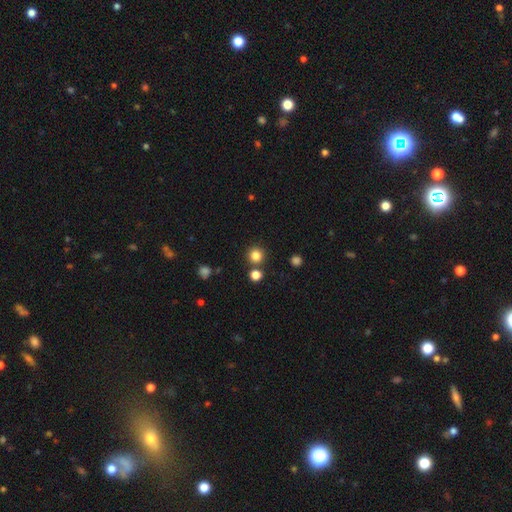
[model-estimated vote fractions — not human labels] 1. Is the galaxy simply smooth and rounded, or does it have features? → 82% smooth, 13% star or artifact, 5% featured or disk.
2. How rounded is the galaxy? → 94% round, 5% in between, 1% cigar-shaped.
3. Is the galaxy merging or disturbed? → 81% none, 10% merger, 6% minor disturbance, 3% major disturbance.